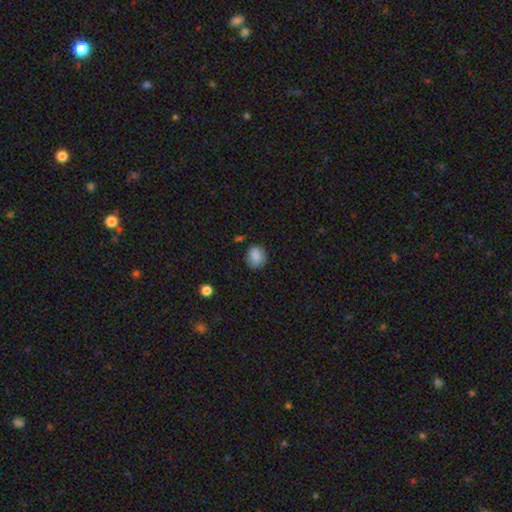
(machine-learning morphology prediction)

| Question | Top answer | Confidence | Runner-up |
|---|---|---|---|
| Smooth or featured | smooth | 83% | star or artifact (9%) |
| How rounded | round | 62% | in between (37%) |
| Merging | none | 74% | minor disturbance (19%) |